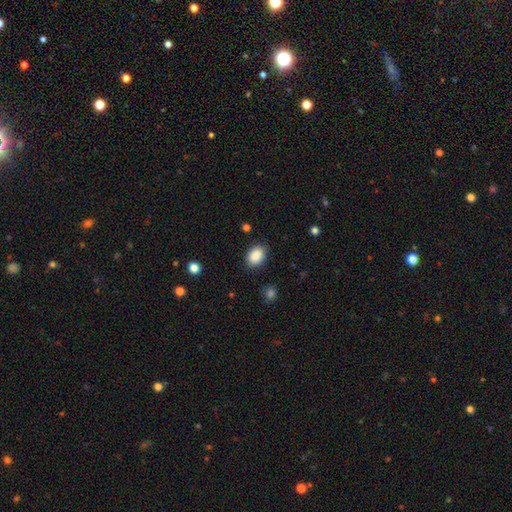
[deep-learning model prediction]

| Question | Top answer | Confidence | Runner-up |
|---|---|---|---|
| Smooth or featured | smooth | 89% | star or artifact (8%) |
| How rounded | in between | 78% | round (21%) |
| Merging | none | 86% | minor disturbance (10%) |